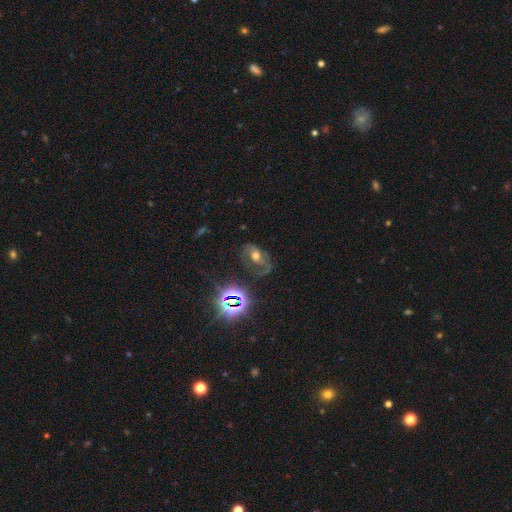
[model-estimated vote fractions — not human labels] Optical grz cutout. It shows a featured or disk galaxy (50%). Merging: none (54%).